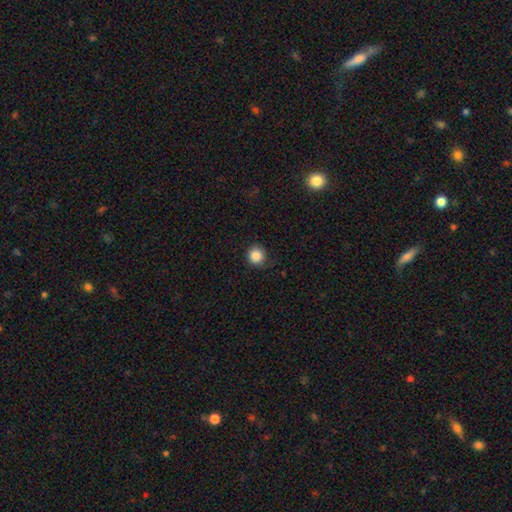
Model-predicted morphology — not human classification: smooth 86%, star or artifact 10%, featured or disk 4%. Down the decision tree: how rounded — round (93%); merging — none (81%).